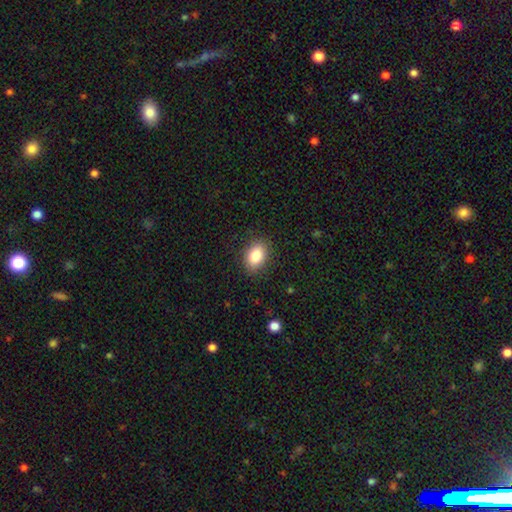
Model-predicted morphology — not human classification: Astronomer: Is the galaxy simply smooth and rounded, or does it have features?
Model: smooth — 85%.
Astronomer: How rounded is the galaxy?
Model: in between — 82%.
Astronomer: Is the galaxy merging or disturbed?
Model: none — 86%.